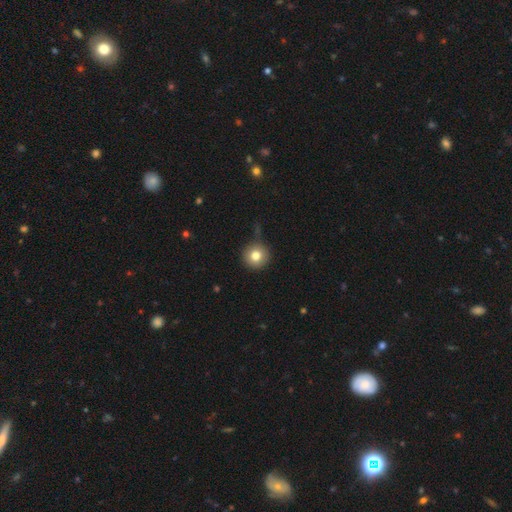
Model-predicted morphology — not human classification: This is likely a smooth galaxy (80%). How rounded: clearly round (95%). Merging: clearly none (81%).